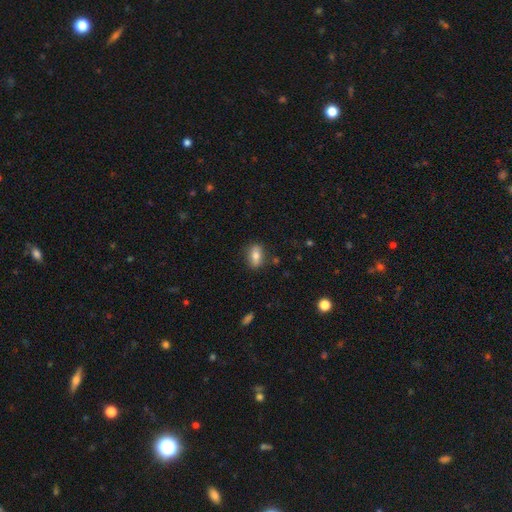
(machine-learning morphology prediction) smooth 69%, featured or disk 23%, star or artifact 8%. Down the decision tree: how rounded — in between (76%); merging — none (82%).